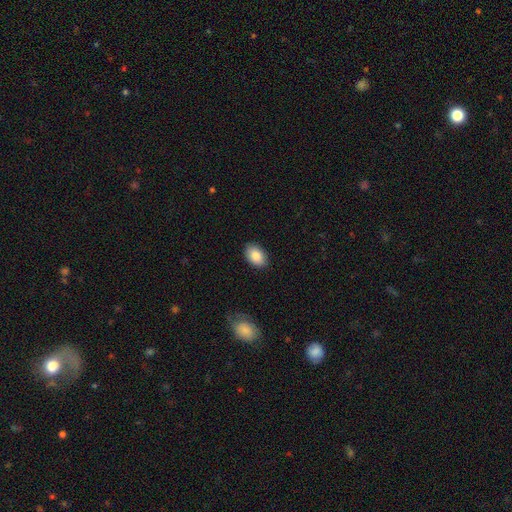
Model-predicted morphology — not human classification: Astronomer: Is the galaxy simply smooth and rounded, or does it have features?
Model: smooth — 87%.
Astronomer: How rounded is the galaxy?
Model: in between — 90%.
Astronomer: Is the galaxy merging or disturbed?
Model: none — 88%.